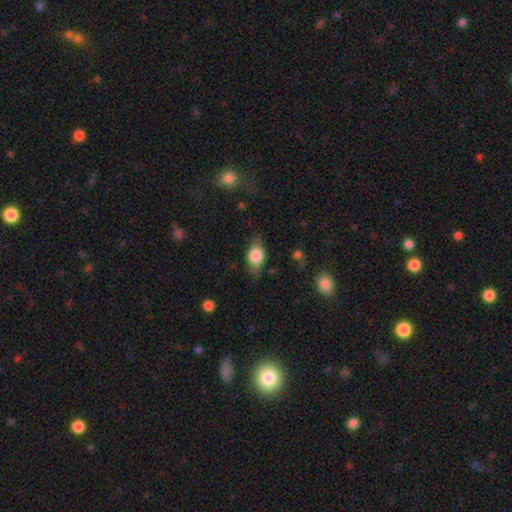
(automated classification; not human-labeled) Q: Smooth or featured?
A: smooth (74%); runner-up: featured or disk (19%)
Q: How rounded?
A: in between (83%); runner-up: round (12%)
Q: Merging?
A: none (71%); runner-up: minor disturbance (22%)